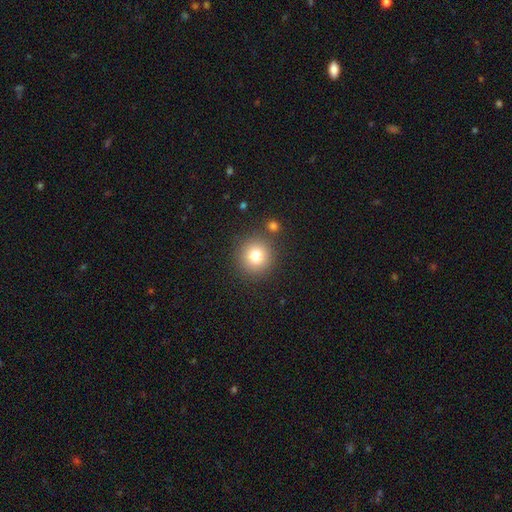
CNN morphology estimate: A smooth galaxy with no disk features (79%) that is round (94%). Merging: none (84%).